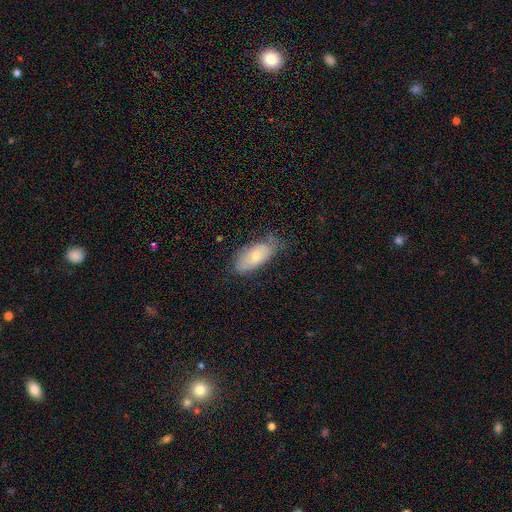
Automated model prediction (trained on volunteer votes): A smooth galaxy with no disk features (66%) that is in between round and cigar-shaped (89%). Merging: none (61%).